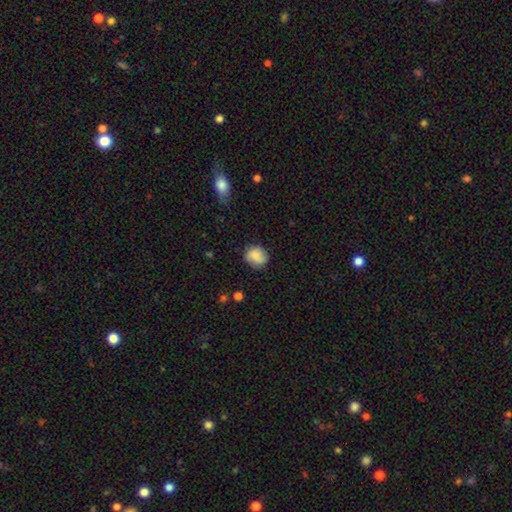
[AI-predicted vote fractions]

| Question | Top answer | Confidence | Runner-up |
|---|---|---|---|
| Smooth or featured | smooth | 80% | featured or disk (12%) |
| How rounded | round | 73% | in between (26%) |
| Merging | none | 74% | minor disturbance (20%) |